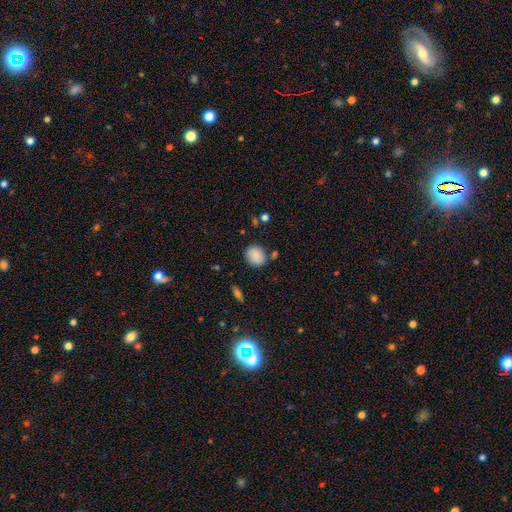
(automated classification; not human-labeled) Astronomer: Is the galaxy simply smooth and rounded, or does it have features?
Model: smooth — 87%.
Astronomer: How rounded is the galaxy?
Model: round — 66%.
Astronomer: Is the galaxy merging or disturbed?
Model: none — 80%.